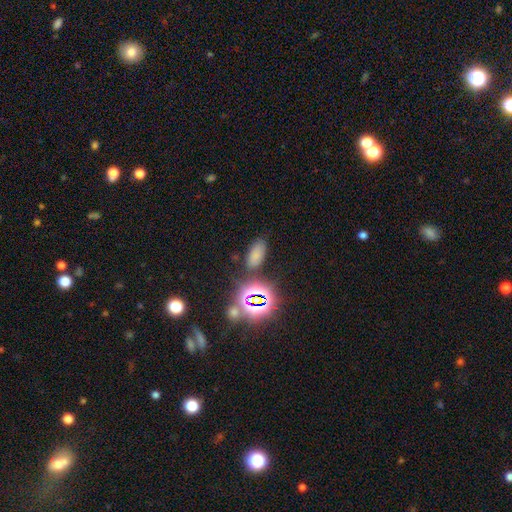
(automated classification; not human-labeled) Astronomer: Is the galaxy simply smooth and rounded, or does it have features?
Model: smooth — 65%.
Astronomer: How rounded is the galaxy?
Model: in between — 89%.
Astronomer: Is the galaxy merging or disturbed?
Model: none — 79%.